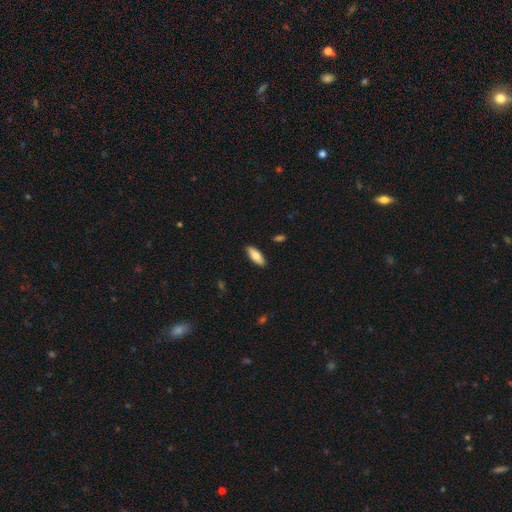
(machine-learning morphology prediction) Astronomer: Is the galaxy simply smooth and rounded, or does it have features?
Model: smooth — 75%.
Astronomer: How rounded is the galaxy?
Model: in between — 70%.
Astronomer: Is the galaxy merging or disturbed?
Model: none — 90%.